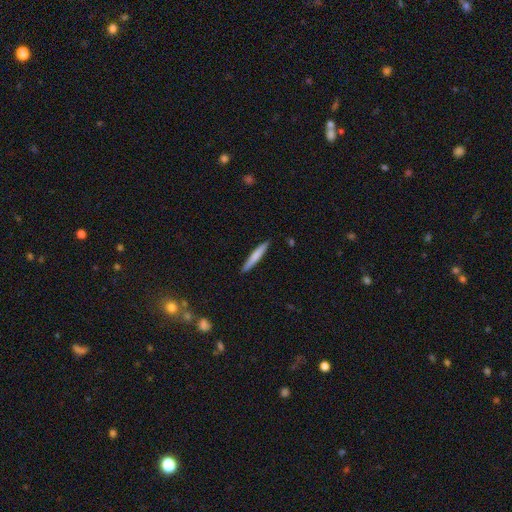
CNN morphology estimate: Smooth or featured: smooth — 72% (featured or disk — 22%)
How rounded: cigar-shaped — 94% (in between — 4%)
Merging: none — 90% (minor disturbance — 7%)